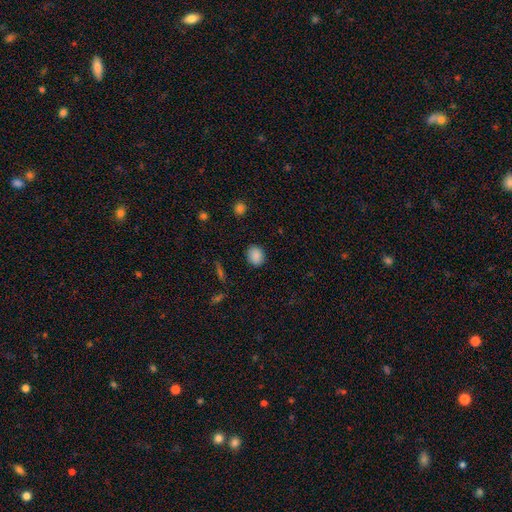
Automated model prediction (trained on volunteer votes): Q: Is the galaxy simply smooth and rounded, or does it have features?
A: smooth — 87%.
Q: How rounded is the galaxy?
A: round — 59%.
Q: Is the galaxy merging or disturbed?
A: none — 88%.